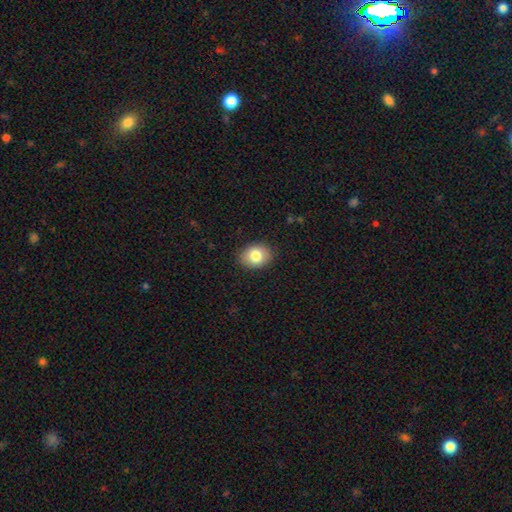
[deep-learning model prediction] Morphology: type=smooth (82%); roundness=in between (64%); merging=none (88%).